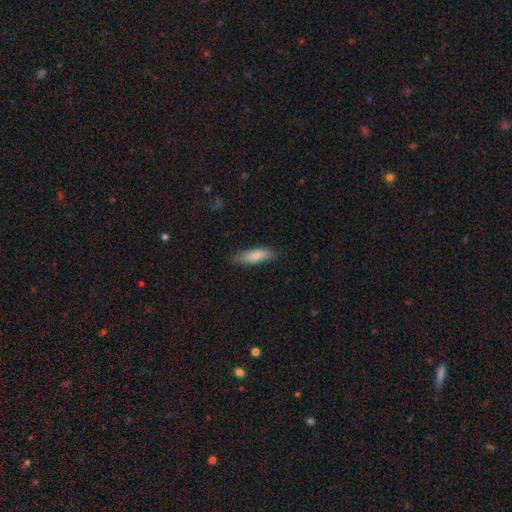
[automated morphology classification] Smooth or featured?
  - smooth: 83% *
  - featured or disk: 11%
  - star or artifact: 6%
How rounded?
  - cigar-shaped: 52% *
  - in between: 46%
  - round: 2%
Merging?
  - none: 81% *
  - minor disturbance: 15%
  - major disturbance: 3%
  - merger: 1%